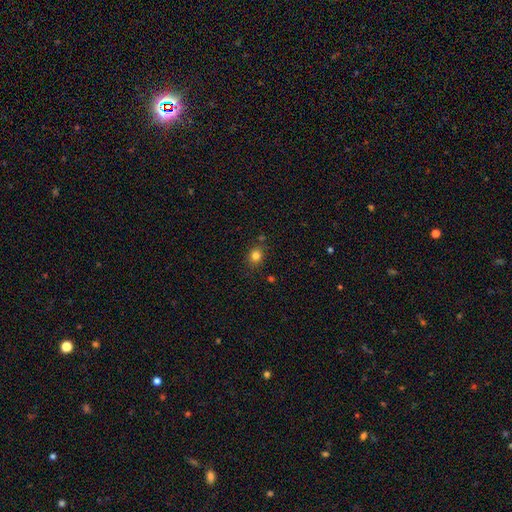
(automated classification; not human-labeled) Smooth or featured?
  - smooth: 81% *
  - star or artifact: 13%
  - featured or disk: 6%
How rounded?
  - round: 66% *
  - in between: 33%
  - cigar-shaped: 1%
Merging?
  - none: 81% *
  - minor disturbance: 12%
  - merger: 4%
  - major disturbance: 3%